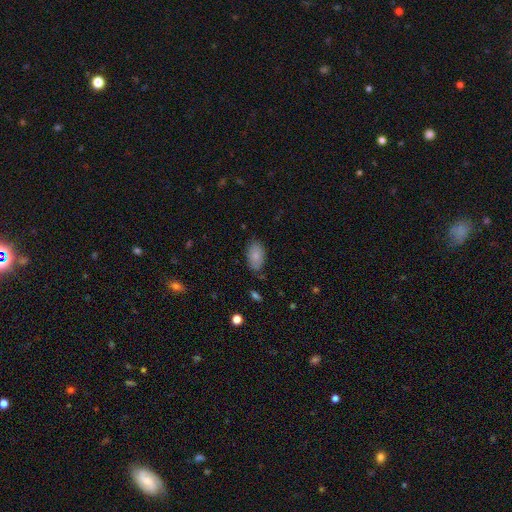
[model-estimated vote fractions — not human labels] The model was most divided on "merging": none: 81%, minor disturbance: 14%, major disturbance: 3%, merger: 2%. More confident: how rounded — in between (94%); smooth or featured — smooth (85%).